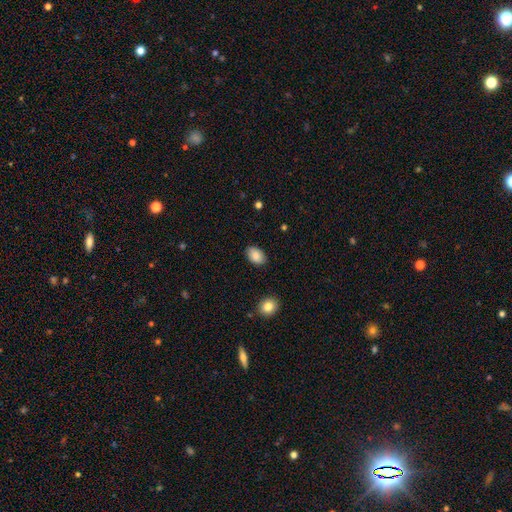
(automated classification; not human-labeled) The model was most divided on "merging": none: 87%, minor disturbance: 10%, major disturbance: 2%, merger: 1%. More confident: how rounded — in between (89%); smooth or featured — smooth (88%).